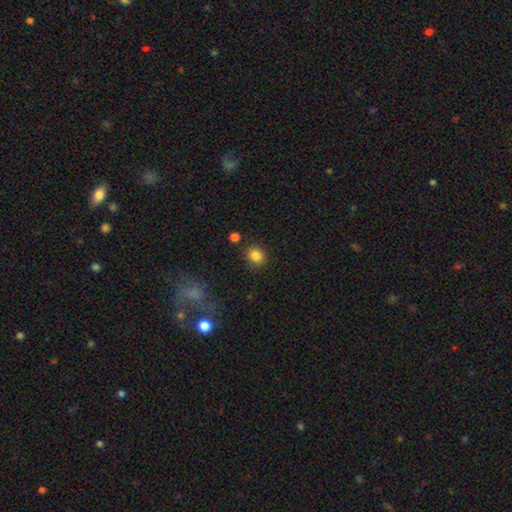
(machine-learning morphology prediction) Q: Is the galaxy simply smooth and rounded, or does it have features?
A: smooth — 84%.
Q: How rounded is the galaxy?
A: round — 77%.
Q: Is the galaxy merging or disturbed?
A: none — 86%.